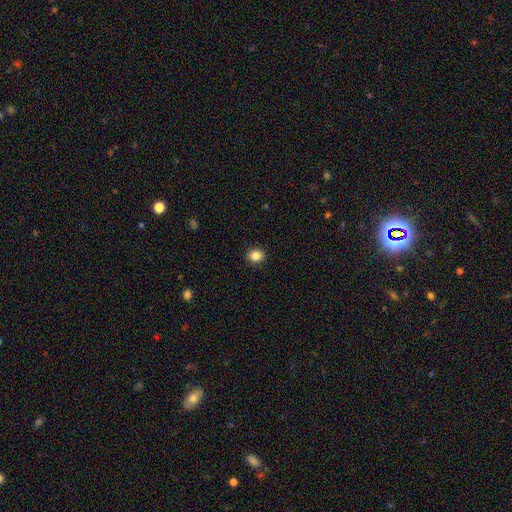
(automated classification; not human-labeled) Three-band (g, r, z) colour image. It shows a smooth galaxy with no disk features (86%) that is round (77%). Merging: none (91%).